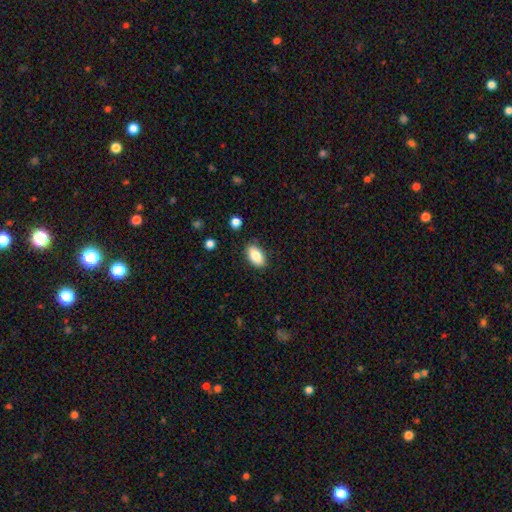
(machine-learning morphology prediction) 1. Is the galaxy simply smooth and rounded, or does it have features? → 85% smooth, 8% featured or disk, 7% star or artifact.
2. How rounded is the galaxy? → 92% in between, 4% round, 3% cigar-shaped.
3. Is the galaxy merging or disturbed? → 86% none, 10% minor disturbance, 2% major disturbance, 2% merger.